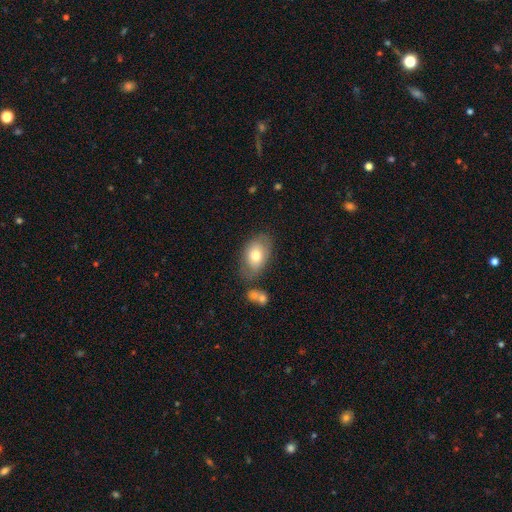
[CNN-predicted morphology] Q: Smooth or featured?
A: smooth (72%); runner-up: featured or disk (21%)
Q: How rounded?
A: in between (89%); runner-up: round (10%)
Q: Merging?
A: none (66%); runner-up: minor disturbance (20%)